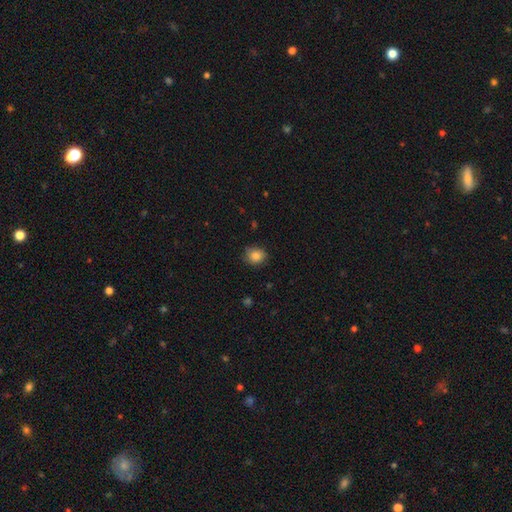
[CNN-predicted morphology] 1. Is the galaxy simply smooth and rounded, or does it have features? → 84% smooth, 9% star or artifact, 6% featured or disk.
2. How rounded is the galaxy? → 70% round, 29% in between, 1% cigar-shaped.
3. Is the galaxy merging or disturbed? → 81% none, 15% minor disturbance, 3% major disturbance, 1% merger.